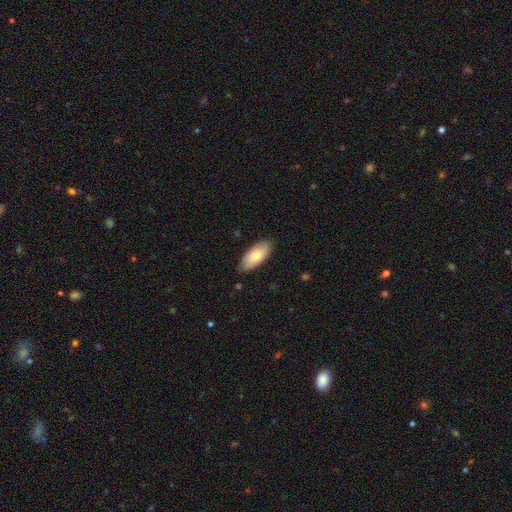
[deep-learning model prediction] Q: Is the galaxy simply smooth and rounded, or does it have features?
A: smooth — 75%.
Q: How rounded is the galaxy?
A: in between — 90%.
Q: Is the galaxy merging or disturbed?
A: none — 84%.